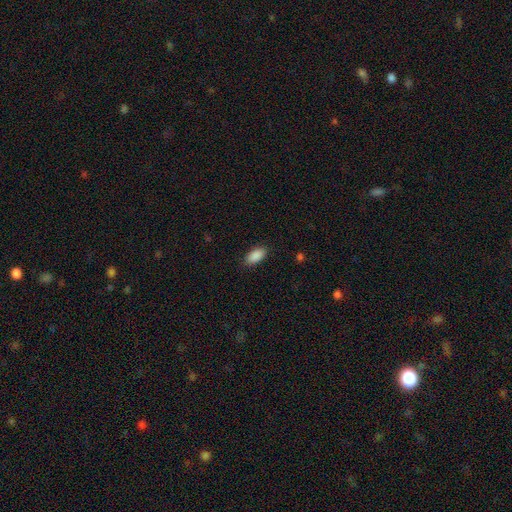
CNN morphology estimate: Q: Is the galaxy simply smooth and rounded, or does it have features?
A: smooth — 90%.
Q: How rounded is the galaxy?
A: in between — 93%.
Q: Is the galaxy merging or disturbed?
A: none — 87%.